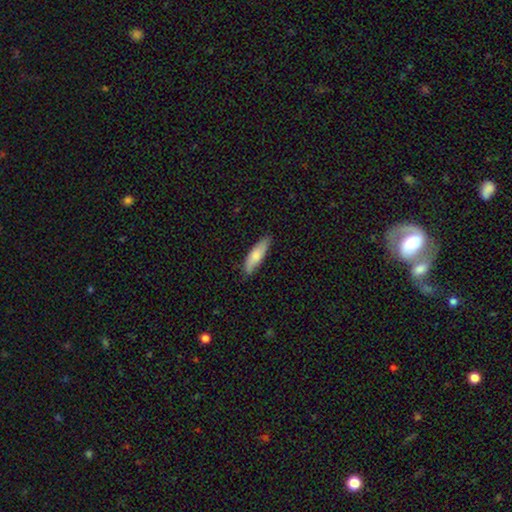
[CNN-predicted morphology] smooth 77%, featured or disk 18%, star or artifact 6%. Down the decision tree: how rounded — cigar-shaped (56%); merging — none (82%).